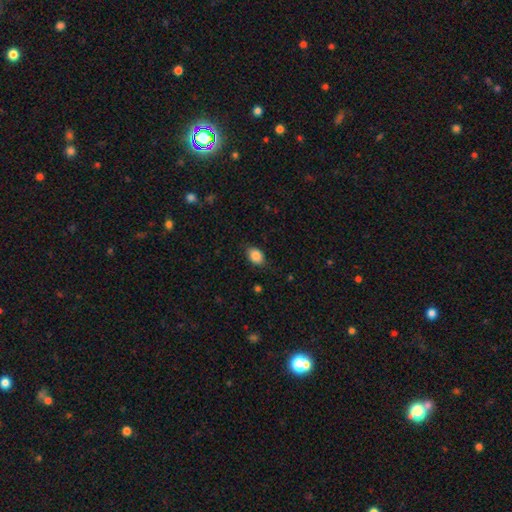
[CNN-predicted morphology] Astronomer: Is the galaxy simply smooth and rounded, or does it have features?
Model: smooth — 87%.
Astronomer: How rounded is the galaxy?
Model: in between — 78%.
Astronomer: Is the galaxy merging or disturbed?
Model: none — 82%.